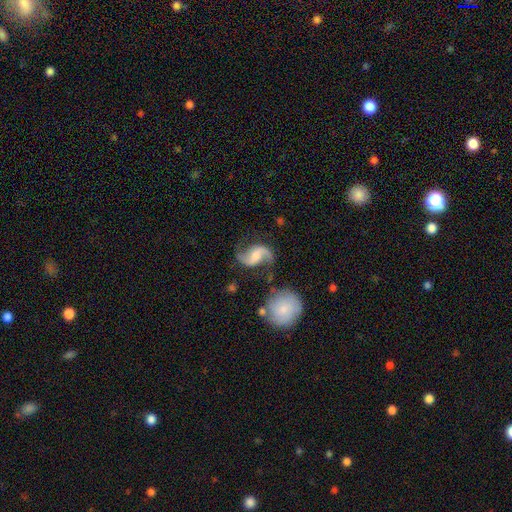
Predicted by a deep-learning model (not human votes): smooth-or-featured: featured or disk: 87% | smooth: 8% | star or artifact: 5%
  disk-edge-on: no: 98% | yes: 2%
    bar: weak: 44% | no: 40% | strong: 17%
    has-spiral-arms: yes: 97% | no: 3%
      spiral-winding: loose: 68% | medium: 28% | tight: 5%
      spiral-arm-count: 2: 93% | 1: 2% | can't tell: 2% | 3: 1% | 4: 1% | more than 4: 1%
    bulge-size: moderate: 48% | small: 31% | large: 9% | none: 9% | dominant: 2%
  merging: none: 68% | minor disturbance: 17% | major disturbance: 9% | merger: 6%